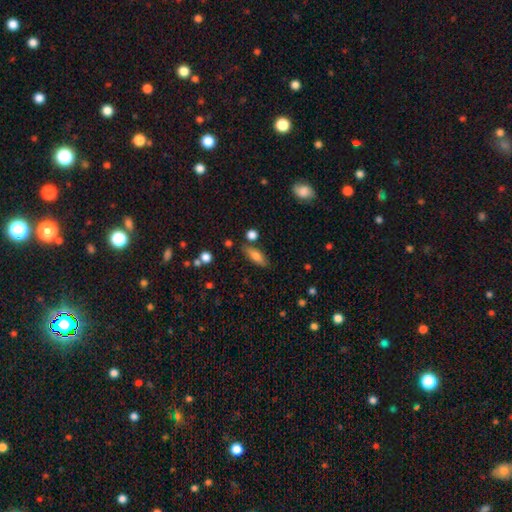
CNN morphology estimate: A smooth galaxy with no disk features (73%) that is in between round and cigar-shaped (64%).

Vote fractions:
- Smooth or featured? smooth: 73% / featured or disk: 20% / star or artifact: 8%
- How rounded? in between: 64% / cigar-shaped: 33% / round: 3%
- Merging? none: 77% / minor disturbance: 13% / merger: 6% / major disturbance: 3%